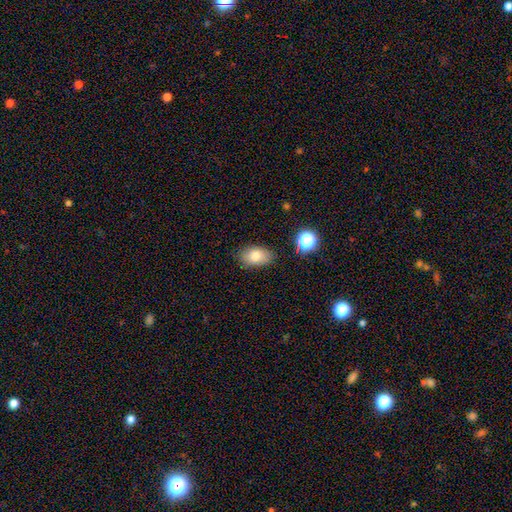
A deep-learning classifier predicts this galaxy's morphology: smooth-or-featured: smooth: 80% | featured or disk: 11% | star or artifact: 10%
  how-rounded: in between: 88% | round: 11% | cigar-shaped: 1%
  merging: none: 81% | minor disturbance: 14% | major disturbance: 3% | merger: 2%